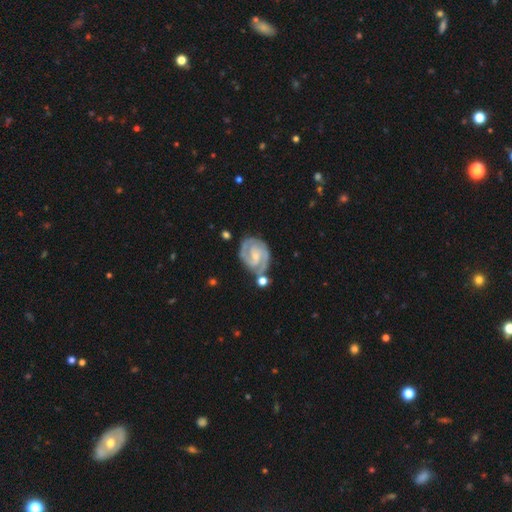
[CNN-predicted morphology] This appears to be a featured or disk galaxy (87%) with a weak bar (46%), 2 (78%) tight (60%) spiral arms (97%) and a small central bulge (59%). Merging: none (64%).